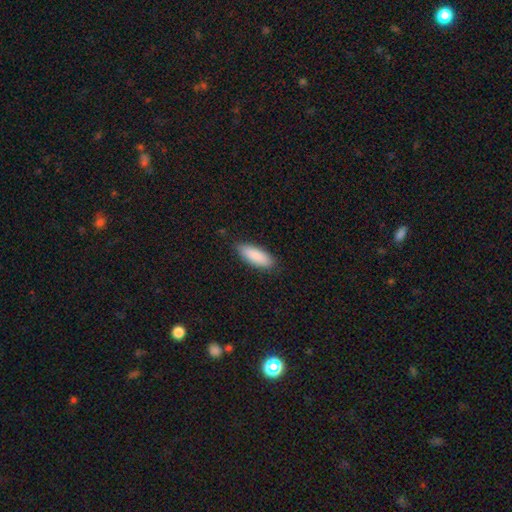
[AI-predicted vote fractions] The model was most divided on "how rounded": in between: 68%, cigar-shaped: 30%, round: 2%. More confident: smooth or featured — smooth (89%); merging — none (85%).